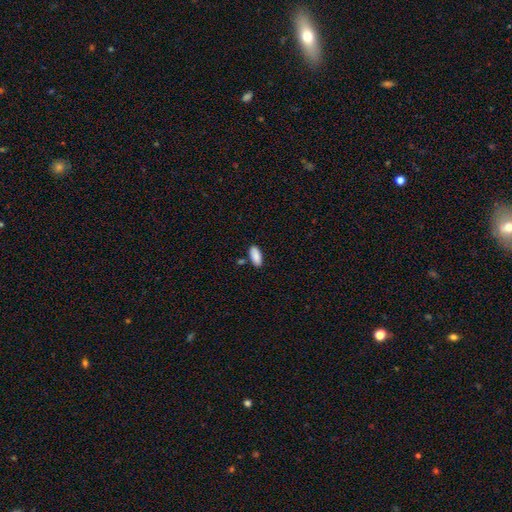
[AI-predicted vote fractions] smooth-or-featured: smooth: 89% | star or artifact: 6% | featured or disk: 4%
  how-rounded: in between: 87% | cigar-shaped: 11% | round: 2%
  merging: none: 81% | minor disturbance: 11% | merger: 6% | major disturbance: 2%